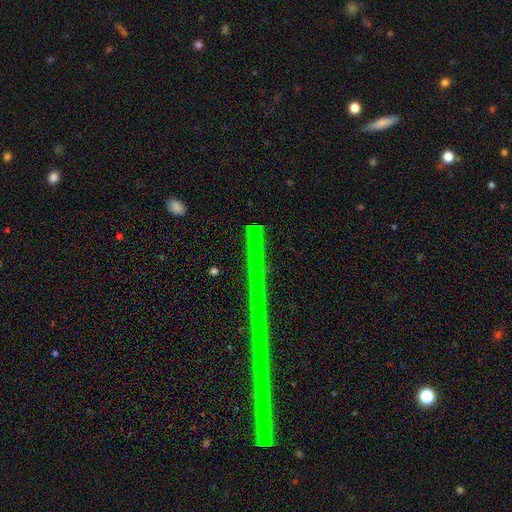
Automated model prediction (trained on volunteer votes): Q: Smooth or featured?
A: star or artifact (67%); runner-up: featured or disk (23%)